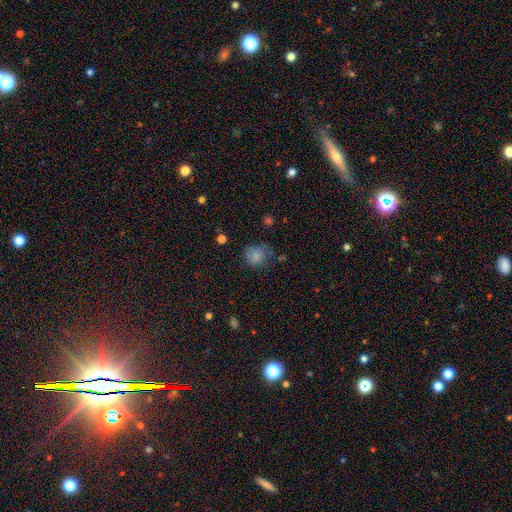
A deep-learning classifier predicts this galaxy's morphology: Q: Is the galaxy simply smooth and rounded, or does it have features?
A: smooth — 80%.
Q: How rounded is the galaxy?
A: round — 79%.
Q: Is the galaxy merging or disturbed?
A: none — 58%.